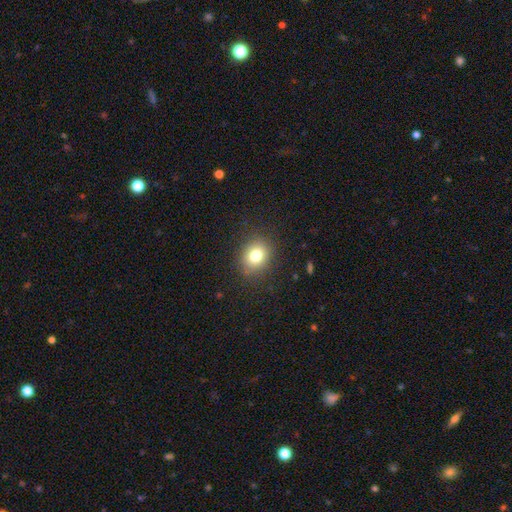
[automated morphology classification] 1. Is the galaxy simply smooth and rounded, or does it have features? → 78% smooth, 12% star or artifact, 10% featured or disk.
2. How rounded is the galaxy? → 63% round, 37% in between, 1% cigar-shaped.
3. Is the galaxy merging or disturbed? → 87% none, 9% minor disturbance, 3% major disturbance, 1% merger.